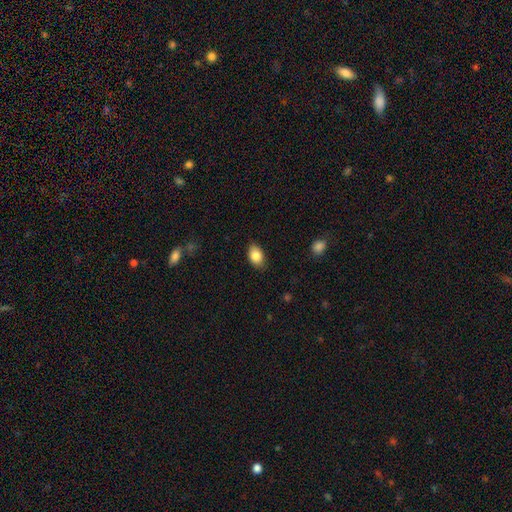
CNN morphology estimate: Smooth or featured: smooth — 86% (star or artifact — 8%)
How rounded: in between — 85% (round — 14%)
Merging: none — 83% (minor disturbance — 14%)